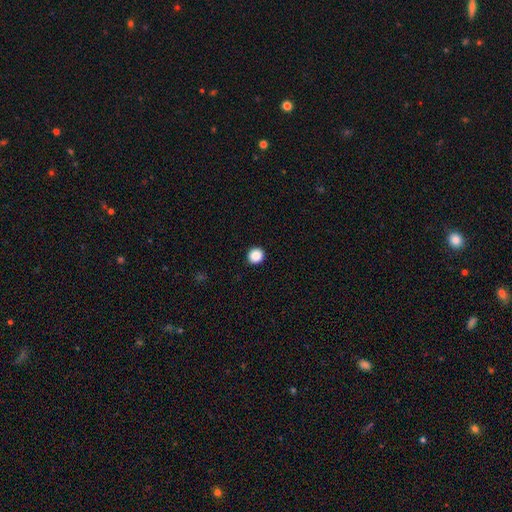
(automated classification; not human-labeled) smooth 89%, star or artifact 9%, featured or disk 2%. Down the decision tree: how rounded — round (93%); merging — none (93%).